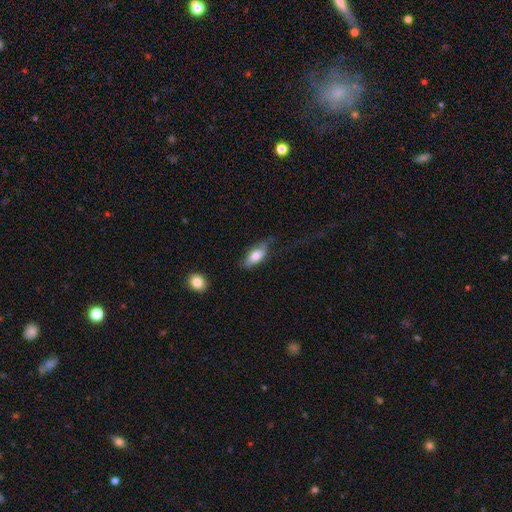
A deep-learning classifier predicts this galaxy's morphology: smooth_or_featured: smooth (p=0.74) [alt: featured or disk p=0.20]
how_rounded: in between (p=0.86) [alt: cigar-shaped p=0.11]
merging: none (p=0.57) [alt: minor disturbance p=0.29]